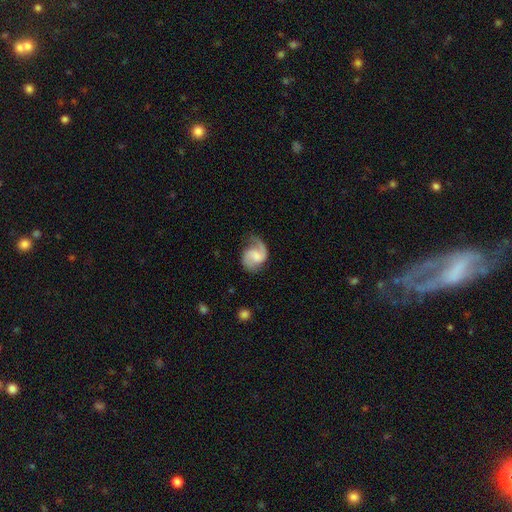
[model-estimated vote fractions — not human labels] featured or disk 79%, smooth 15%, star or artifact 6%. Down the decision tree: edge-on disk — no (98%); bar — weak (47%); spiral arms — yes (96%); spiral arm count — 2 (80%); spiral winding — medium (48%); bulge size — none (35%); merging — none (63%).